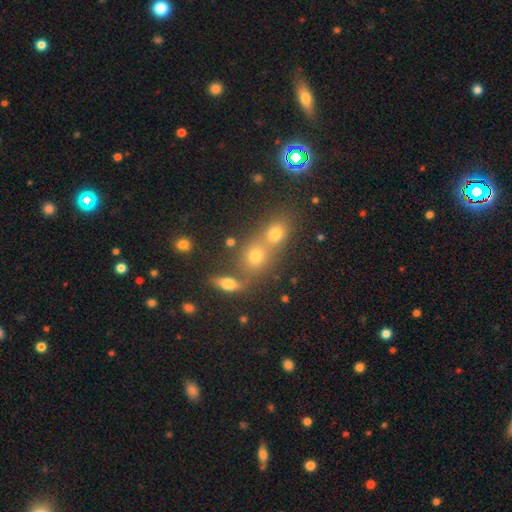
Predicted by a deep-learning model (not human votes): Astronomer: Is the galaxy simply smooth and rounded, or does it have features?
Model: smooth — 48% (runner-up: star or artifact, 34%).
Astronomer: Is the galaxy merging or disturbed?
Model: merger — 49% (runner-up: none, 40%).